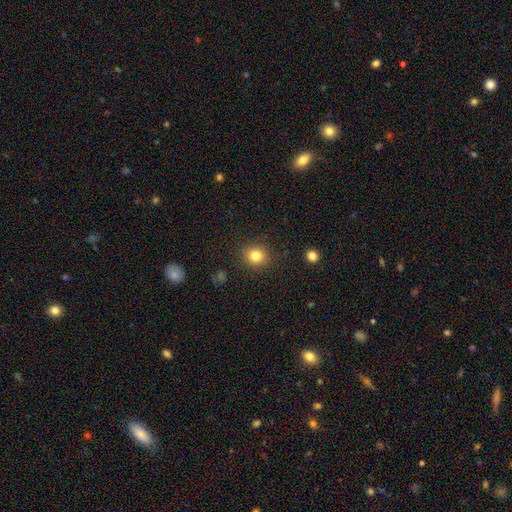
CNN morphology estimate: Smooth or featured? smooth (82%)
How rounded? round (85%)
Merging? none (89%)